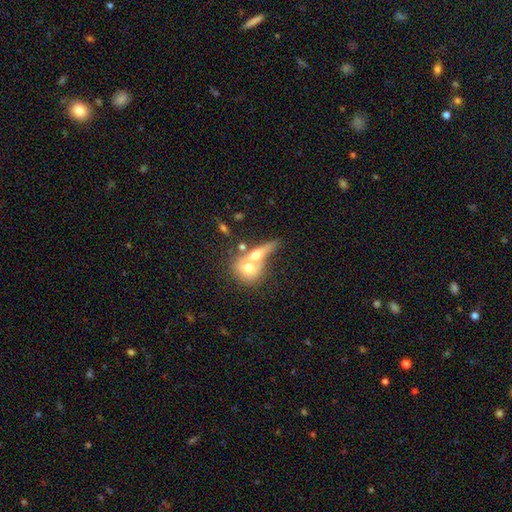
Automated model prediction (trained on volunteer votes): Morphology: type=smooth (60%); roundness=round (54%); merging=merger (62%).